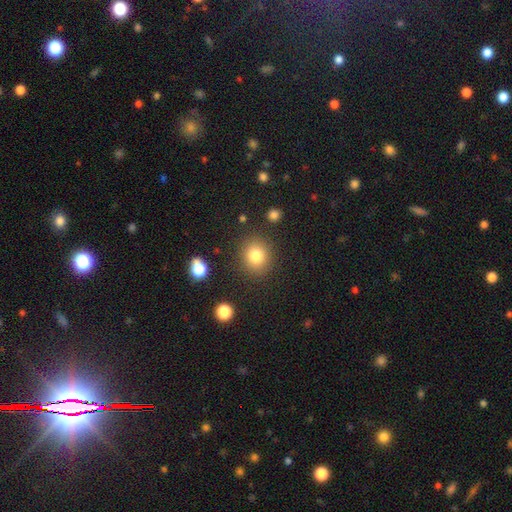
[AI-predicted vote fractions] smooth_or_featured: smooth (p=0.81) [alt: star or artifact p=0.12]
how_rounded: round (p=0.81) [alt: in between p=0.18]
merging: none (p=0.86) [alt: minor disturbance p=0.08]